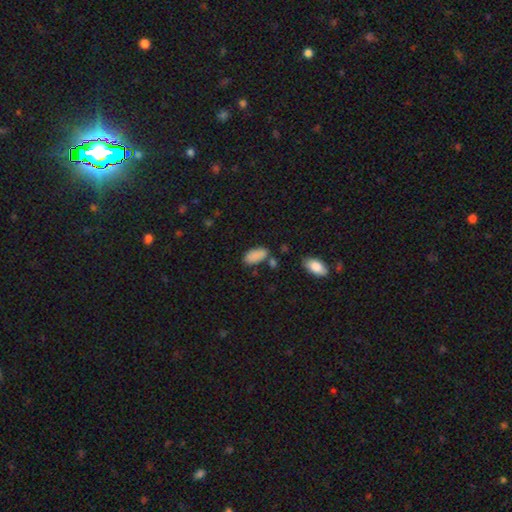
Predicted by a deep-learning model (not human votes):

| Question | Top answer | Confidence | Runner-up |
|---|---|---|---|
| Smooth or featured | smooth | 86% | star or artifact (9%) |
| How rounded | in between | 91% | cigar-shaped (6%) |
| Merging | none | 65% | minor disturbance (19%) |